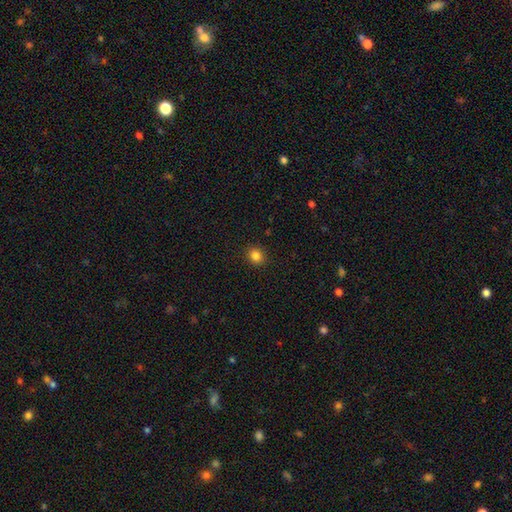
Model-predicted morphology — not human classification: smooth_or_featured: smooth (p=0.84) [alt: star or artifact p=0.12]
how_rounded: round (p=0.77) [alt: in between p=0.22]
merging: none (p=0.91) [alt: minor disturbance p=0.06]